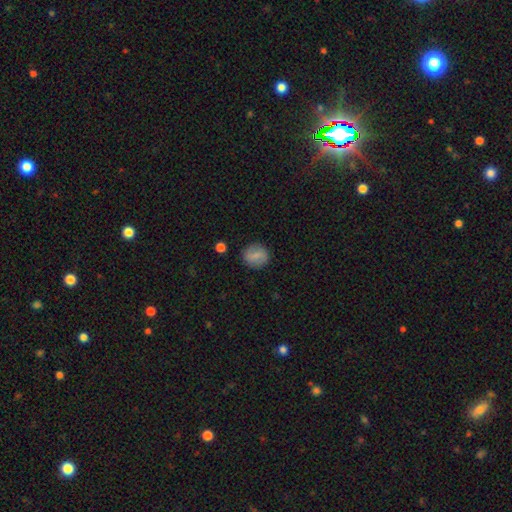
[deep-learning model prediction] Smooth or featured? smooth (73%)
How rounded? round (78%)
Merging? none (86%)